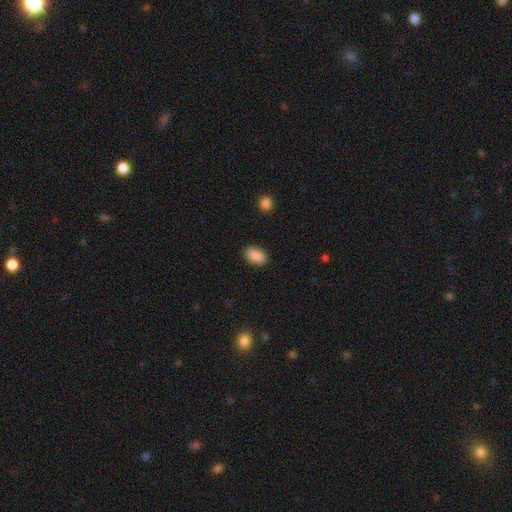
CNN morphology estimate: The model was most divided on "merging": none: 86%, minor disturbance: 10%, major disturbance: 2%, merger: 1%. More confident: how rounded — in between (89%); smooth or featured — smooth (88%).